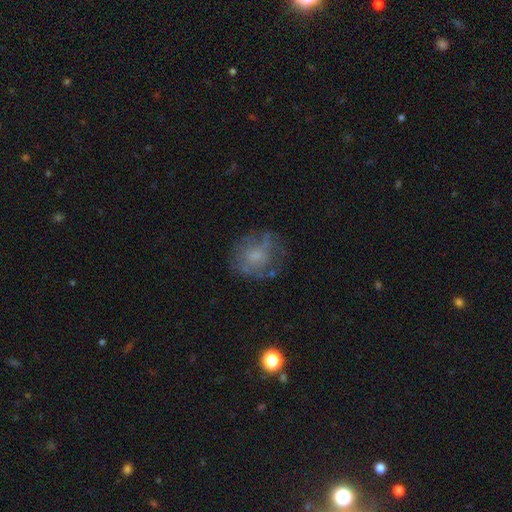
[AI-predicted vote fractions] Q: Smooth or featured?
A: smooth (45%); runner-up: featured or disk (42%)
Q: Merging?
A: none (60%); runner-up: minor disturbance (21%)